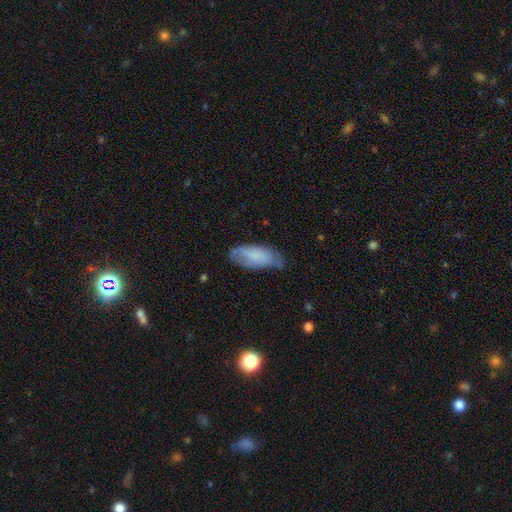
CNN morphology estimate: The model was most divided on "merging": none: 56%, minor disturbance: 33%, major disturbance: 9%, merger: 2%. More confident: how rounded — in between (86%); smooth or featured — smooth (70%).